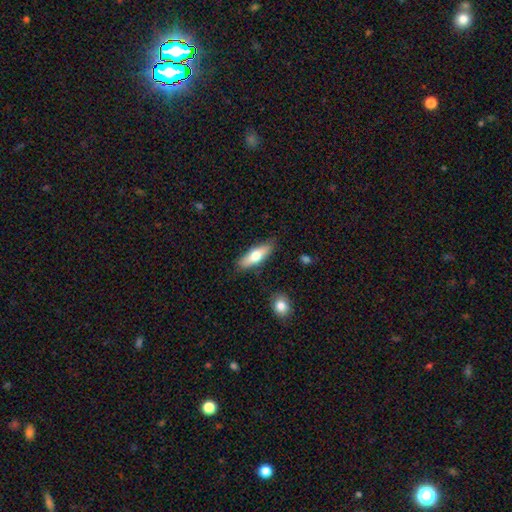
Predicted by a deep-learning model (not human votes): smooth 63%, featured or disk 31%, star or artifact 6%. Down the decision tree: how rounded — in between (52%); merging — none (84%).